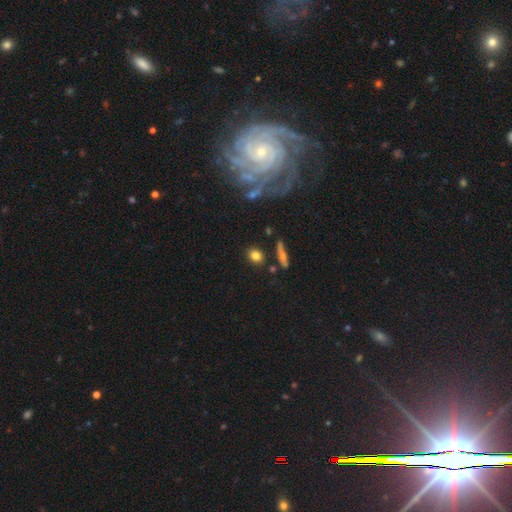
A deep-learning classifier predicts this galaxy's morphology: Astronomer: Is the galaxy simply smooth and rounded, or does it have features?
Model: smooth — 80%.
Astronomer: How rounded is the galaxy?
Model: round — 56% (runner-up: in between, 39%).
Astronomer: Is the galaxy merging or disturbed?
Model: none — 82%.